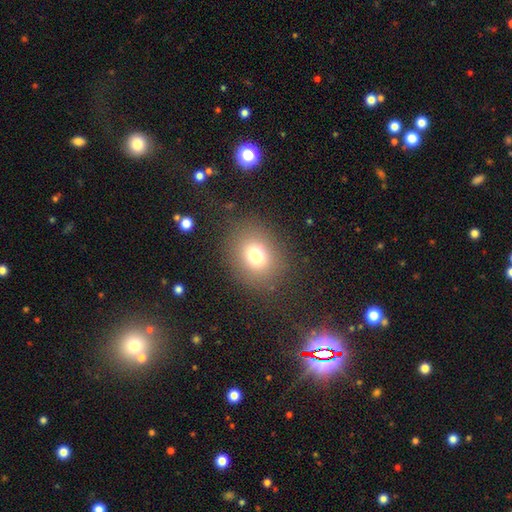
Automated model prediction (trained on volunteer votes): smooth-or-featured: smooth: 75% | star or artifact: 15% | featured or disk: 10%
  how-rounded: round: 58% | in between: 41% | cigar-shaped: 1%
  merging: none: 84% | minor disturbance: 9% | major disturbance: 6% | merger: 1%